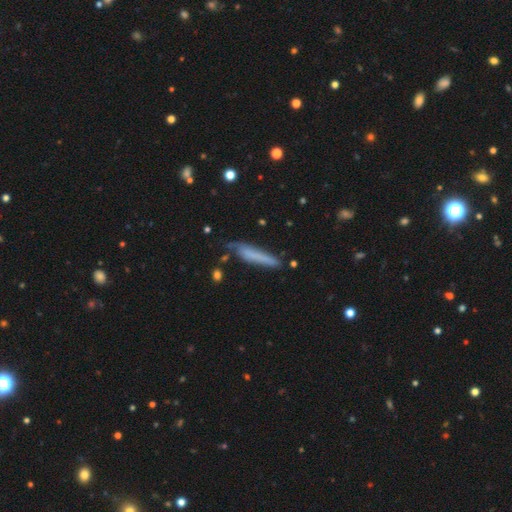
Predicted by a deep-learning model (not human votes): Q: Smooth or featured?
A: smooth (67%); runner-up: featured or disk (26%)
Q: How rounded?
A: cigar-shaped (91%); runner-up: in between (7%)
Q: Merging?
A: none (65%); runner-up: minor disturbance (25%)